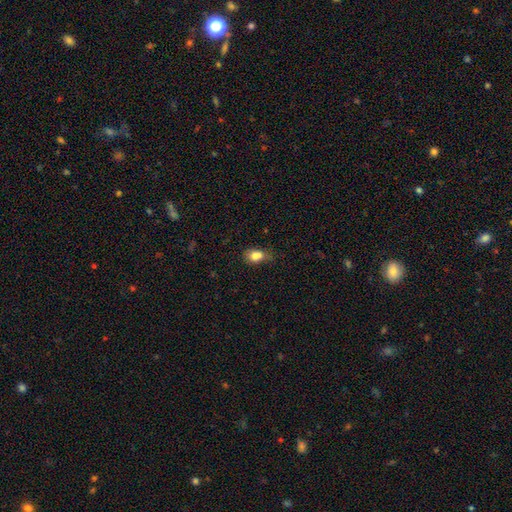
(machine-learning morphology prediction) This is clearly a smooth galaxy (82%). How rounded: likely in between (74%). Merging: possibly none (48%).